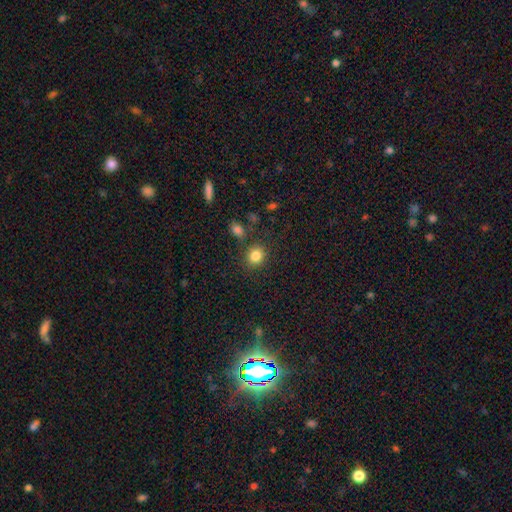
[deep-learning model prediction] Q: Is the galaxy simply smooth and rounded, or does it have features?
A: smooth — 84%.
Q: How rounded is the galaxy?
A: round — 76%.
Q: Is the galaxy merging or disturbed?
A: none — 81%.